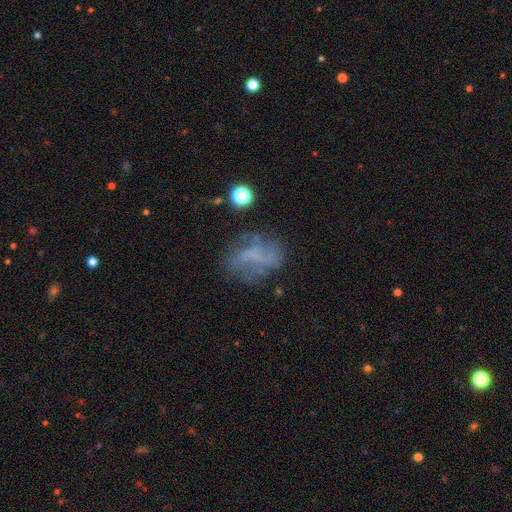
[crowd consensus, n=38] smooth-or-featured: featured or disk: 63% | smooth: 34% | star or artifact: 3%
  disk-edge-on: no: 100% | yes: 0%
    bar: no: 67% | weak: 29% | strong: 4%
    has-spiral-arms: no: 62% | yes: 38%
    bulge-size: none: 71% | small: 17% | moderate: 8% | dominant: 4% | large: 0%
  merging: none: 57% | minor disturbance: 22% | major disturbance: 16% | merger: 5%